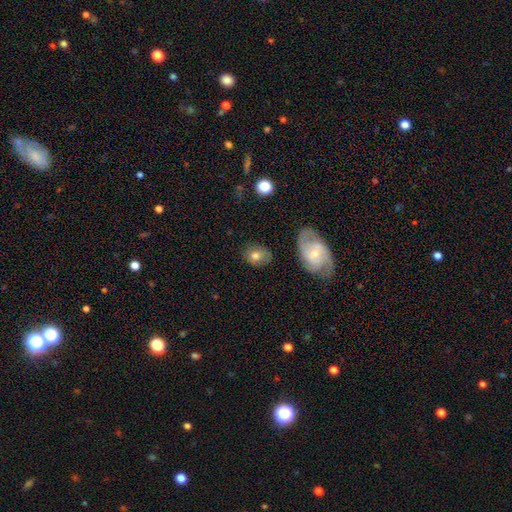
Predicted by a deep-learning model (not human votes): A smooth galaxy with no disk features (68%) that is round (51%). Merging: none (74%).